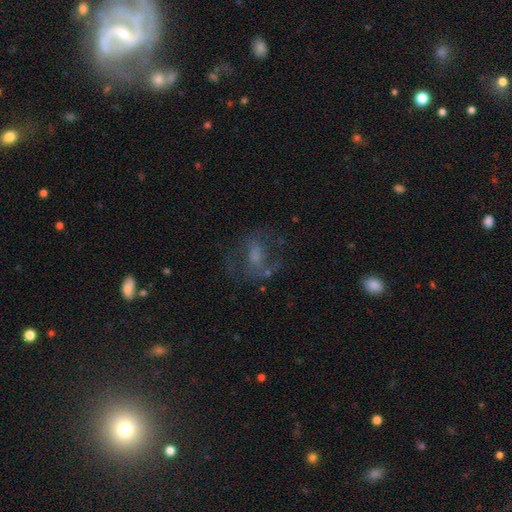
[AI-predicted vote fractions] Smooth or featured? featured or disk (49%)
Merging? none (55%)